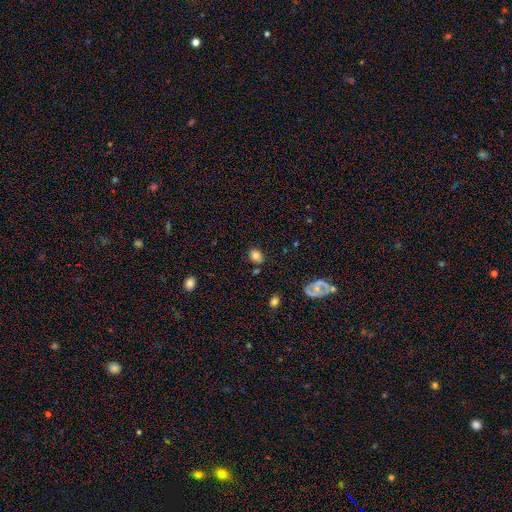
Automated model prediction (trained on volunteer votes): Morphology: type=smooth (79%); roundness=in between (64%); merging=none (76%).